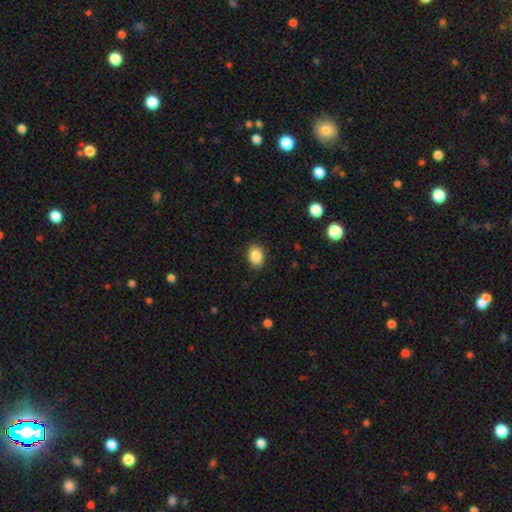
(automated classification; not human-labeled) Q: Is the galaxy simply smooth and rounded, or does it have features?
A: smooth — 88%.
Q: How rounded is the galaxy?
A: in between — 77%.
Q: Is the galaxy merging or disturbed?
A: none — 87%.